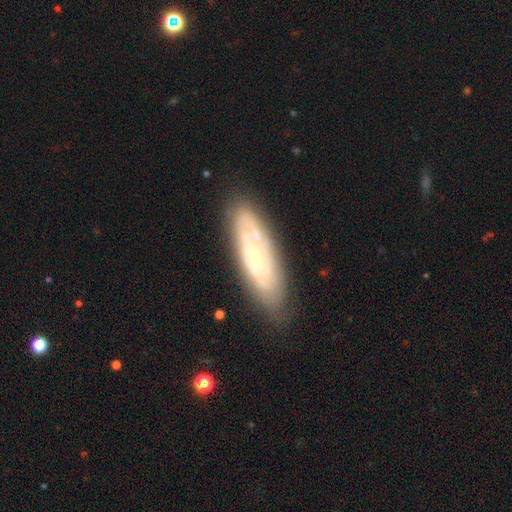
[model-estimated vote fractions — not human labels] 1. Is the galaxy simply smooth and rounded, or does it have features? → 62% featured or disk, 31% smooth, 7% star or artifact.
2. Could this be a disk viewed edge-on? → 77% no, 23% yes.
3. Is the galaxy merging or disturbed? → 77% none, 17% minor disturbance, 4% major disturbance, 2% merger.